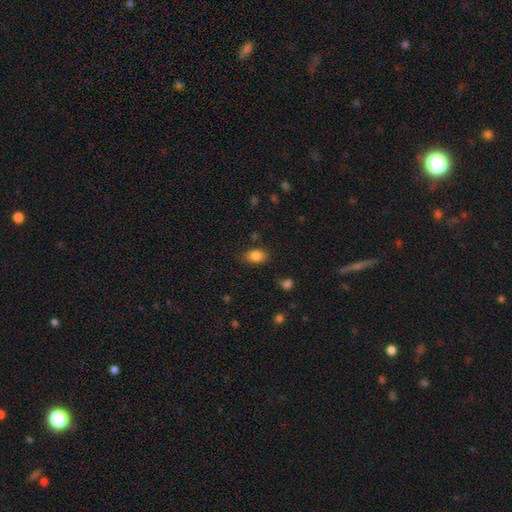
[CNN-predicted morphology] smooth 84%, star or artifact 9%, featured or disk 7%. Down the decision tree: how rounded — in between (83%); merging — none (81%).